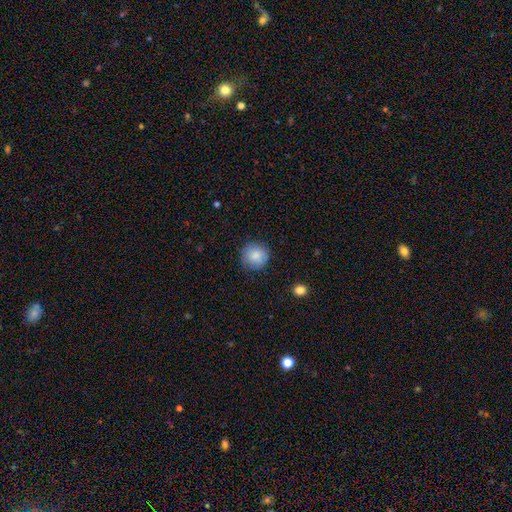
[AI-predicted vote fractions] Smooth or featured? smooth (85%)
How rounded? round (93%)
Merging? none (85%)